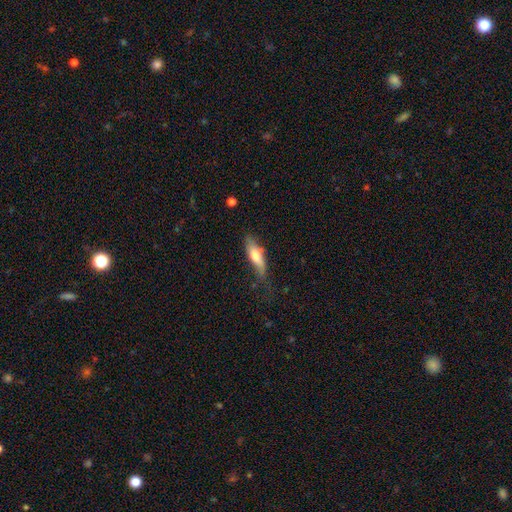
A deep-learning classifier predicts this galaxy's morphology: Smooth or featured?
  - smooth: 62% *
  - featured or disk: 31%
  - star or artifact: 6%
How rounded?
  - cigar-shaped: 52% *
  - in between: 46%
  - round: 2%
Merging?
  - none: 57% *
  - minor disturbance: 29%
  - major disturbance: 10%
  - merger: 3%